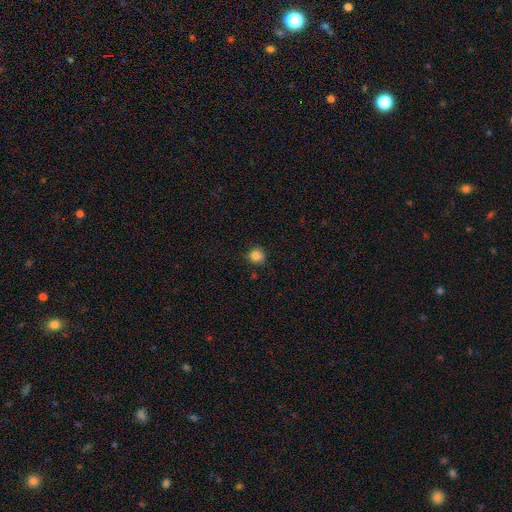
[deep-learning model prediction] Smooth or featured? smooth (83%)
How rounded? round (84%)
Merging? none (76%)